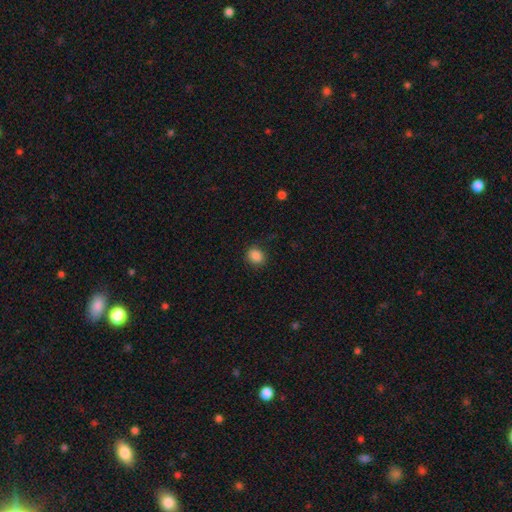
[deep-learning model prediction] smooth_or_featured: smooth (p=0.87) [alt: star or artifact p=0.10]
how_rounded: round (p=0.72) [alt: in between p=0.27]
merging: none (p=0.87) [alt: minor disturbance p=0.09]